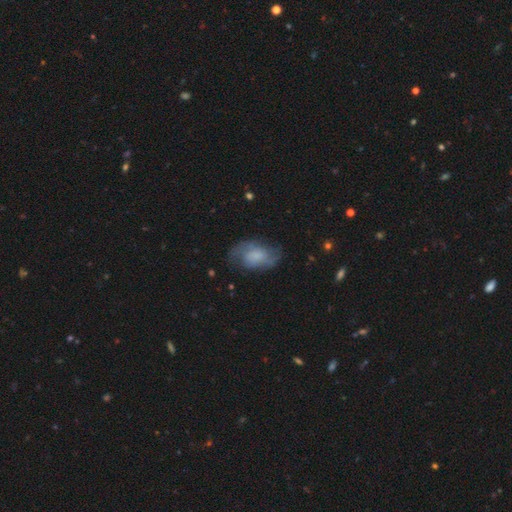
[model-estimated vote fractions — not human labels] Q: Smooth or featured?
A: featured or disk (53%); runner-up: smooth (38%)
Q: Edge-on disk?
A: no (96%); runner-up: yes (4%)
Q: Bar?
A: no (66%); runner-up: weak (29%)
Q: Spiral arms?
A: yes (82%); runner-up: no (18%)
Q: Bulge size?
A: none (31%); runner-up: small (30%)
Q: Merging?
A: none (61%); runner-up: minor disturbance (24%)